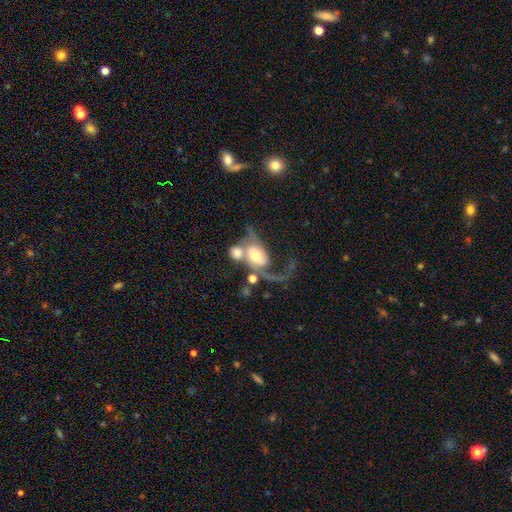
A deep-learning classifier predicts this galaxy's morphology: Overall: featured or disk (67%). Edge-on disk: no (96%). Bar: no (63%; weak 28%). Spiral arms: yes (83%). Spiral arm count: 2 (56%; 1 35%). Spiral winding: loose (77%). Bulge size: moderate (49%; small 22%). Merging: merger (57%; major disturbance 21%).